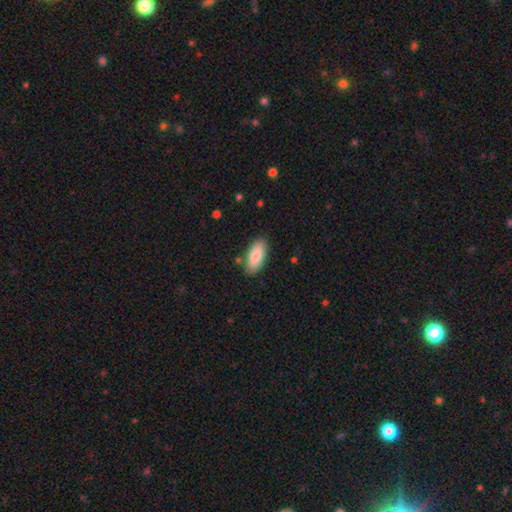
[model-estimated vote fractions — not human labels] Q: Smooth or featured?
A: smooth (84%); runner-up: featured or disk (10%)
Q: How rounded?
A: in between (88%); runner-up: cigar-shaped (10%)
Q: Merging?
A: none (84%); runner-up: minor disturbance (11%)